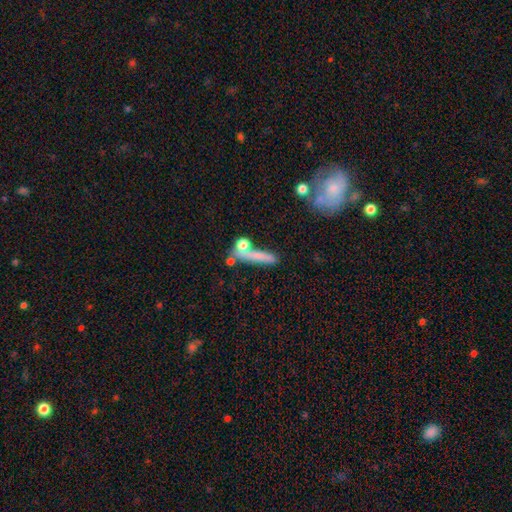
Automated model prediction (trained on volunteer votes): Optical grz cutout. It shows a smooth galaxy with no disk features (61%) that is cigar-shaped (78%). Merging: none (58%).